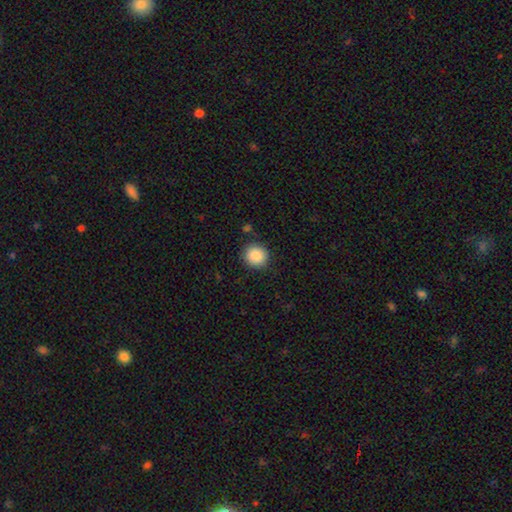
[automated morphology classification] smooth-or-featured: smooth: 88% | star or artifact: 9% | featured or disk: 3%
  how-rounded: round: 89% | in between: 10% | cigar-shaped: 1%
  merging: none: 89% | minor disturbance: 7% | major disturbance: 2% | merger: 2%